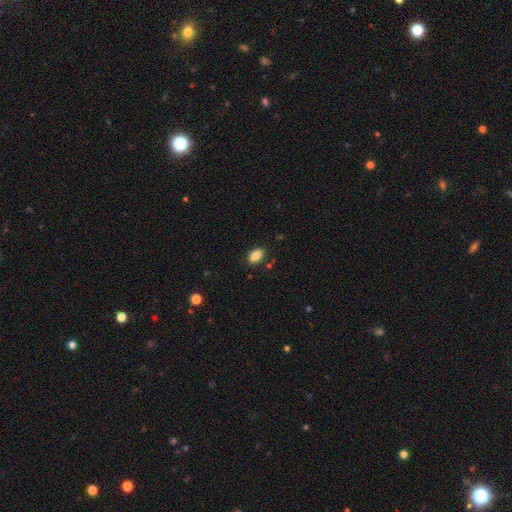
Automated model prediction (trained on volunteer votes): Smooth or featured? Predicted: smooth (p=0.86). How rounded? Predicted: in between (p=0.90). Merging? Predicted: none (p=0.86).